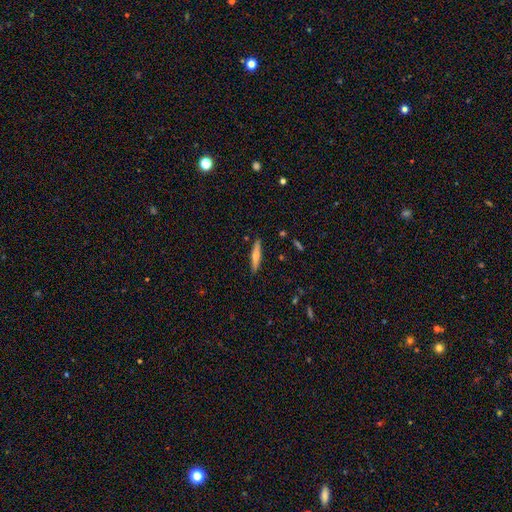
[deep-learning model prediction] A smooth galaxy with no disk features (48%). Merging: none (89%).